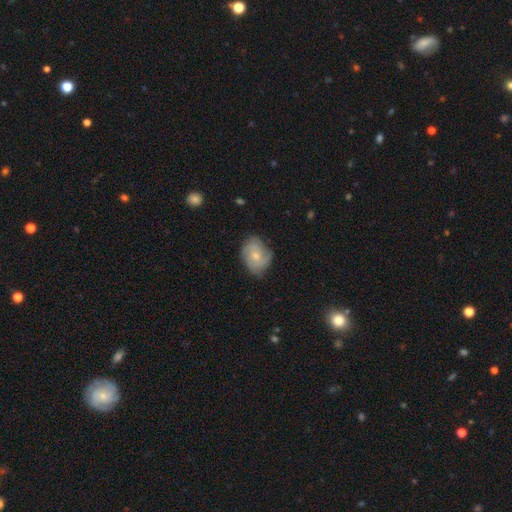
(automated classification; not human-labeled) A featured or disk galaxy (52%) with no bar (78%), spiral arms (83%) and a small central bulge (53%).

Vote fractions:
- Smooth or featured? featured or disk: 52% / smooth: 41% / star or artifact: 7%
- Edge-on disk? no: 97% / yes: 3%
- Bar? no: 78% / weak: 20% / strong: 3%
- Spiral arms? yes: 83% / no: 17%
- Bulge size? small: 53% / moderate: 42% / none: 2% / large: 2% / dominant: 1%
- Merging? none: 66% / minor disturbance: 26% / major disturbance: 6% / merger: 1%